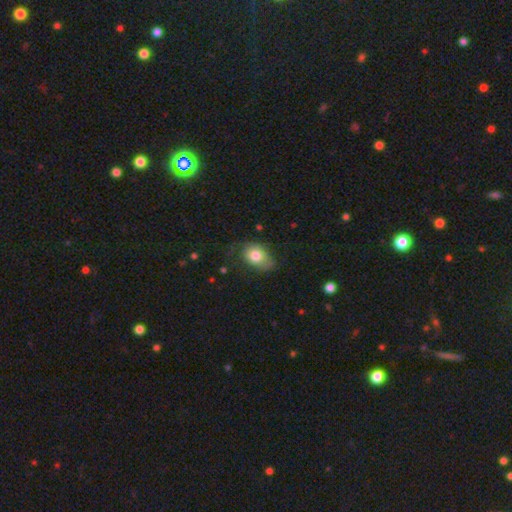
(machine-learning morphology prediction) A smooth galaxy with no disk features (77%) that is in between round and cigar-shaped (73%).

Vote fractions:
- Smooth or featured? smooth: 77% / featured or disk: 15% / star or artifact: 8%
- How rounded? in between: 73% / round: 26% / cigar-shaped: 1%
- Merging? none: 54% / minor disturbance: 31% / major disturbance: 14% / merger: 2%